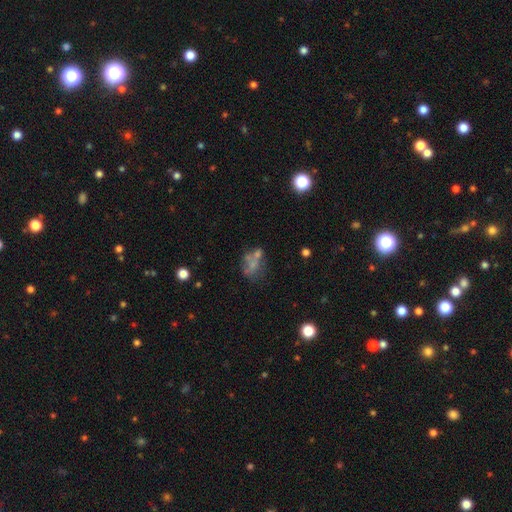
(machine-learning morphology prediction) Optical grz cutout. It shows a smooth galaxy with no disk features (42%). Merging: none (40%).